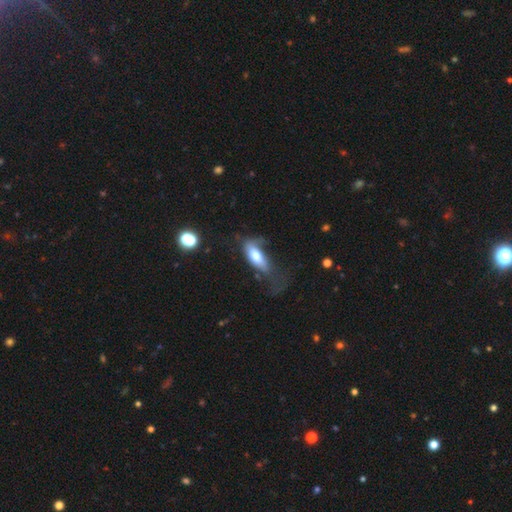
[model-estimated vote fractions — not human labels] The model was most divided on "merging": major disturbance: 42%, none: 29%, minor disturbance: 25%, merger: 4%. More confident: how rounded — in between (76%); smooth or featured — smooth (66%).